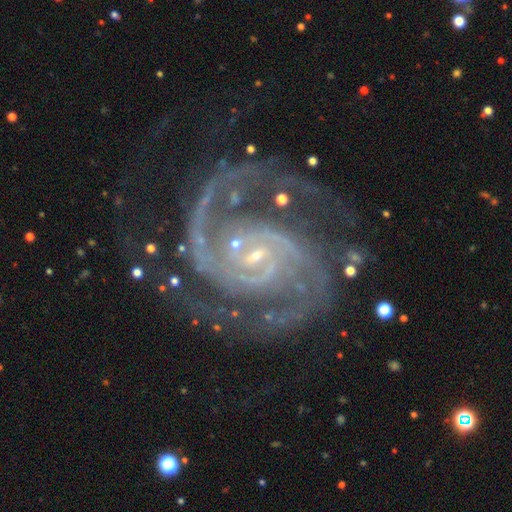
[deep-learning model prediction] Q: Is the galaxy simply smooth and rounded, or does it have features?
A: featured or disk — 93%.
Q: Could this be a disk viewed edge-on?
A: no — 98%.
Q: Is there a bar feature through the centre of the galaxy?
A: no — 50%.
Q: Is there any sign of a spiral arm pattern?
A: yes — 99%.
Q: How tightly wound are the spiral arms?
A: medium — 50%.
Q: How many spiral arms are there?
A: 2 — 84%.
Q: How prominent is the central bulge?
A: small — 82%.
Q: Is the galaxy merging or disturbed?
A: none — 73%.